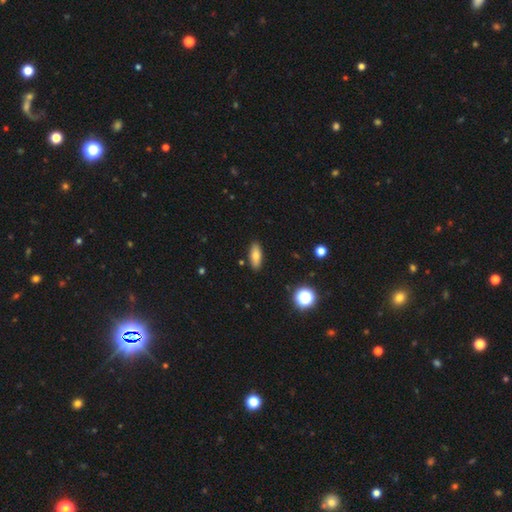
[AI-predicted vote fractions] Morphology: type=smooth (78%); roundness=in between (74%); merging=none (89%).